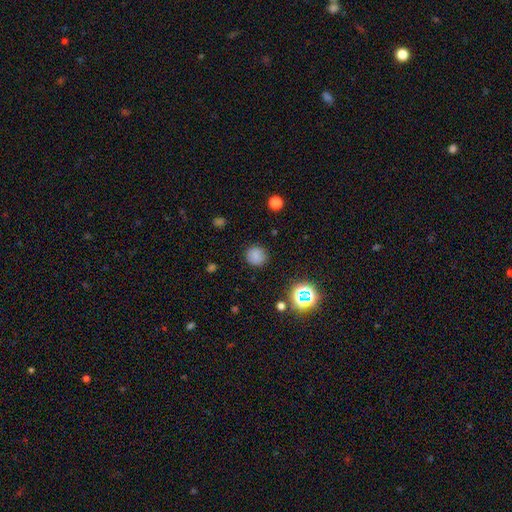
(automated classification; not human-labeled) smooth-or-featured: smooth: 79% | star or artifact: 15% | featured or disk: 6%
  how-rounded: round: 90% | in between: 9% | cigar-shaped: 1%
  merging: none: 88% | minor disturbance: 8% | major disturbance: 3% | merger: 1%